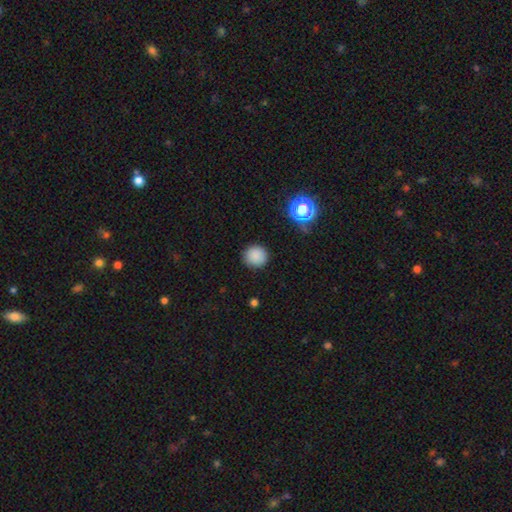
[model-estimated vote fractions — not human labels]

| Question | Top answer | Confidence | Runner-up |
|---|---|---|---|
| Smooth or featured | smooth | 84% | star or artifact (12%) |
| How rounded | round | 93% | in between (6%) |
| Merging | none | 89% | minor disturbance (8%) |